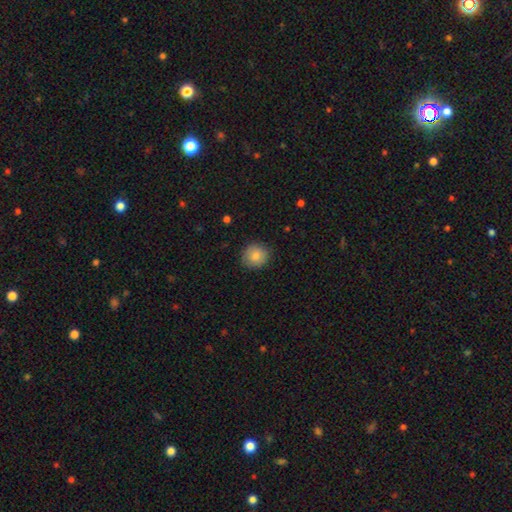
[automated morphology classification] Smooth or featured: smooth — 85% (star or artifact — 8%)
How rounded: round — 87% (in between — 12%)
Merging: none — 87% (minor disturbance — 10%)